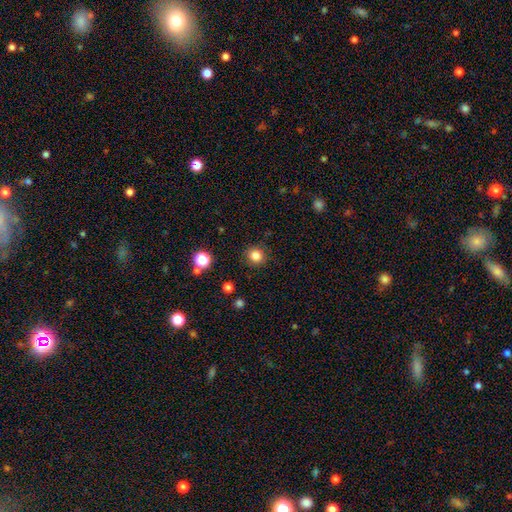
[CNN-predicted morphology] Smooth or featured: smooth — 83% (star or artifact — 12%)
How rounded: round — 91% (in between — 8%)
Merging: none — 89% (minor disturbance — 7%)